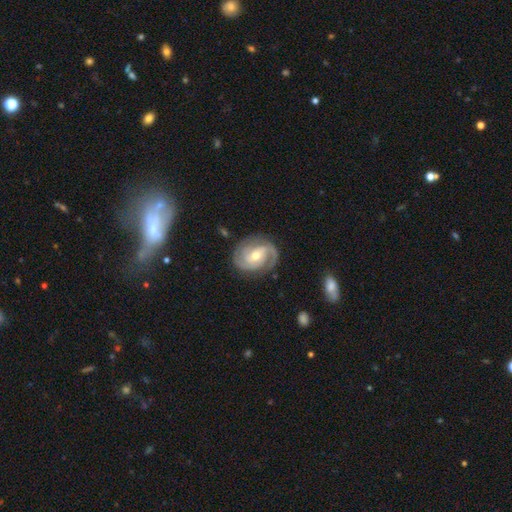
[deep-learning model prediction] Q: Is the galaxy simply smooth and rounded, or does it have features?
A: featured or disk — 89%.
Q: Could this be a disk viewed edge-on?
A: no — 98%.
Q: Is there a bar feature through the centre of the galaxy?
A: no — 46%.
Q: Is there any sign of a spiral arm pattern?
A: yes — 98%.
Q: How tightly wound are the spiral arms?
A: tight — 46%.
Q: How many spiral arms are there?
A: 2 — 51%.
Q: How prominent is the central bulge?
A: moderate — 62%.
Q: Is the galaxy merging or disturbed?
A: none — 79%.